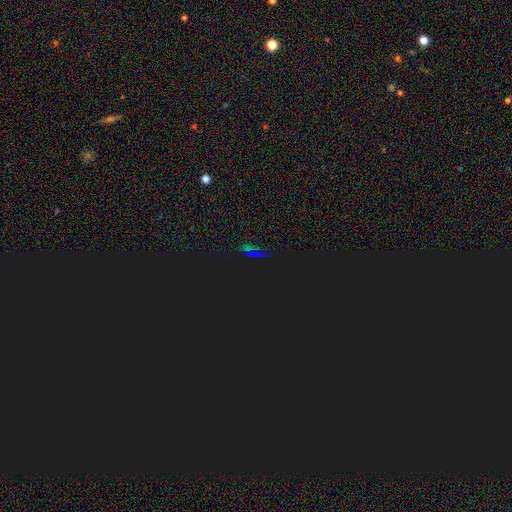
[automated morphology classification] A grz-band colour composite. It shows a star or artifact, not a galaxy (77%).